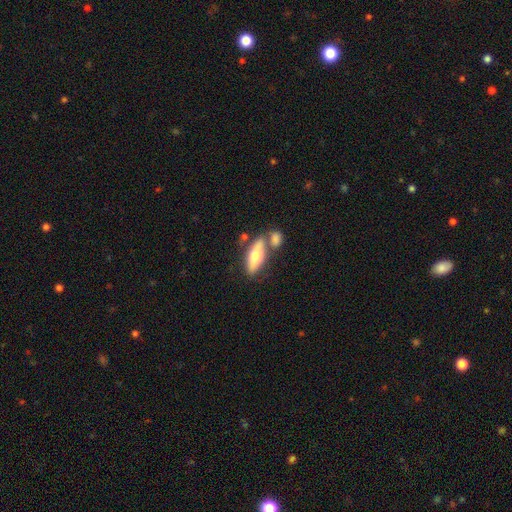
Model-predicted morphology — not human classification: smooth_or_featured: smooth (p=0.60) [alt: featured or disk p=0.34]
how_rounded: in between (p=0.61) [alt: cigar-shaped p=0.36]
merging: none (p=0.58) [alt: merger p=0.25]